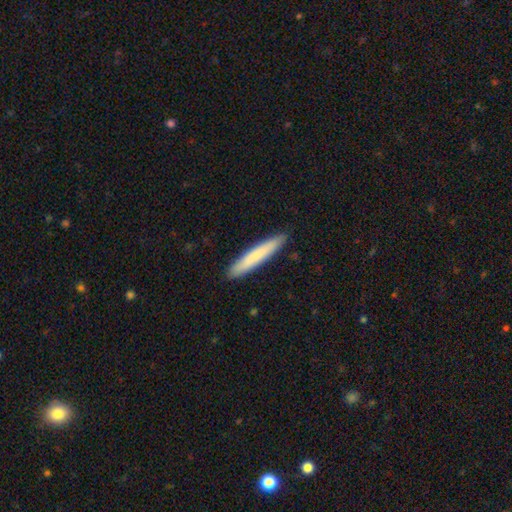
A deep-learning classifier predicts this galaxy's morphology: smooth 75%, featured or disk 20%, star or artifact 5%. Down the decision tree: how rounded — cigar-shaped (93%); merging — none (91%).